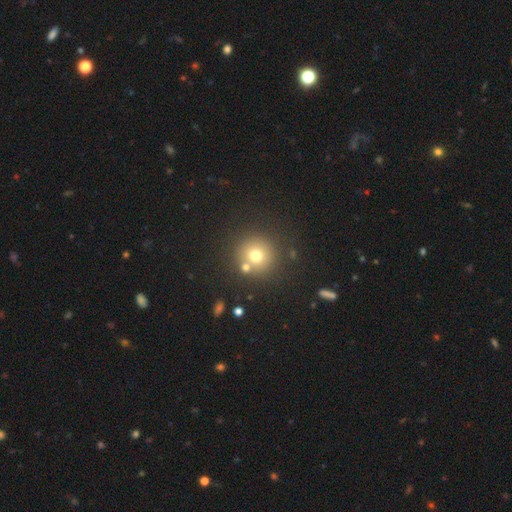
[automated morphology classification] Smooth or featured? smooth (70%)
How rounded? round (94%)
Merging? none (74%)